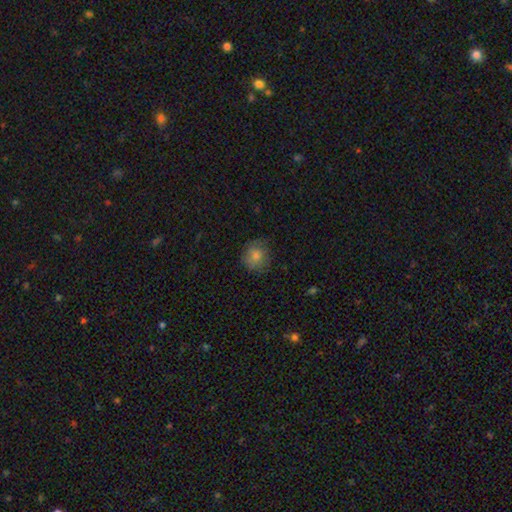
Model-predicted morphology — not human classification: Smooth or featured?
  - smooth: 78% *
  - featured or disk: 11%
  - star or artifact: 11%
How rounded?
  - round: 83% *
  - in between: 16%
  - cigar-shaped: 1%
Merging?
  - none: 77% *
  - minor disturbance: 18%
  - major disturbance: 4%
  - merger: 1%